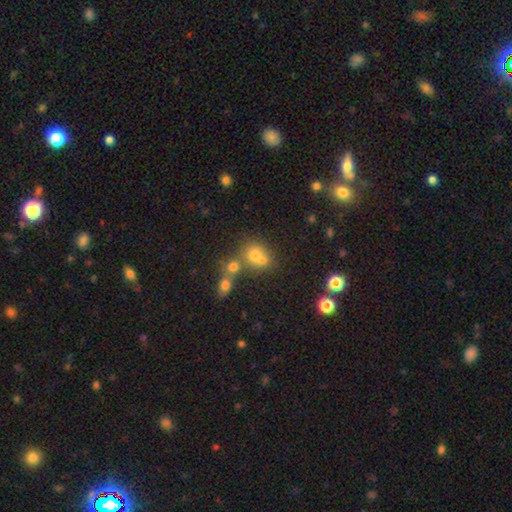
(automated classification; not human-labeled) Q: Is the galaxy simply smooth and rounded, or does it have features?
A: smooth — 66%.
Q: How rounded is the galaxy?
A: round — 68%.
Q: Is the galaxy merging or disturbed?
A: merger — 50%.